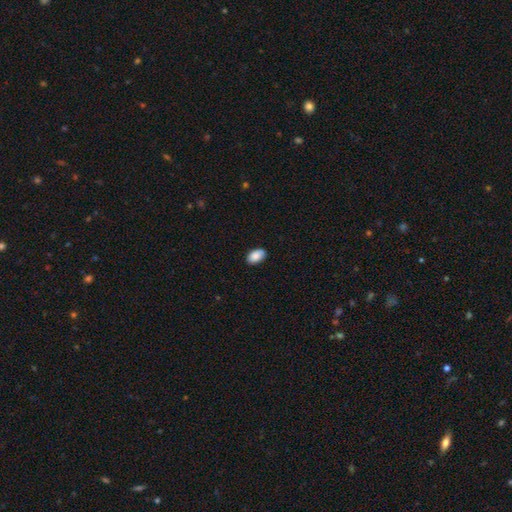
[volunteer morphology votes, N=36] This appears to be a smooth galaxy with no disk features (94%) that is in between round and cigar-shaped (91%). Merging: none (83%).